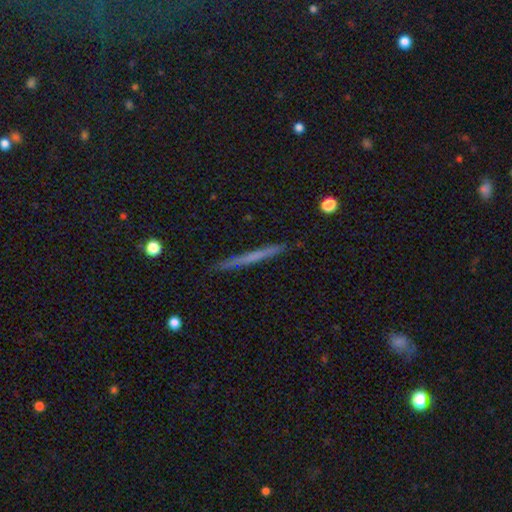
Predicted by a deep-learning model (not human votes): A smooth galaxy with no disk features (52%) that is cigar-shaped (96%). Merging: none (87%).